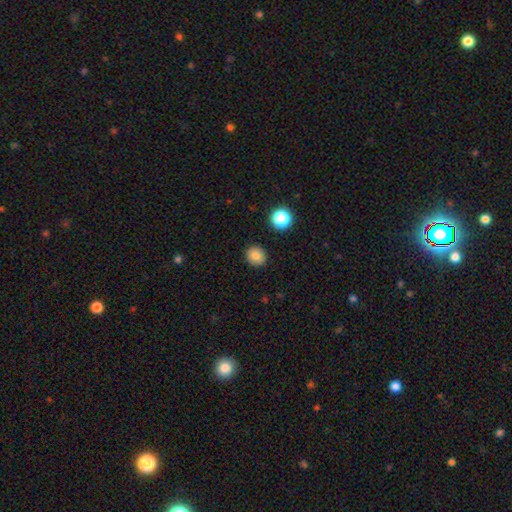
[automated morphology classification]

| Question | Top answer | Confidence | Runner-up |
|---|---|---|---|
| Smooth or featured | smooth | 83% | star or artifact (11%) |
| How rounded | round | 82% | in between (17%) |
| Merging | none | 90% | minor disturbance (7%) |